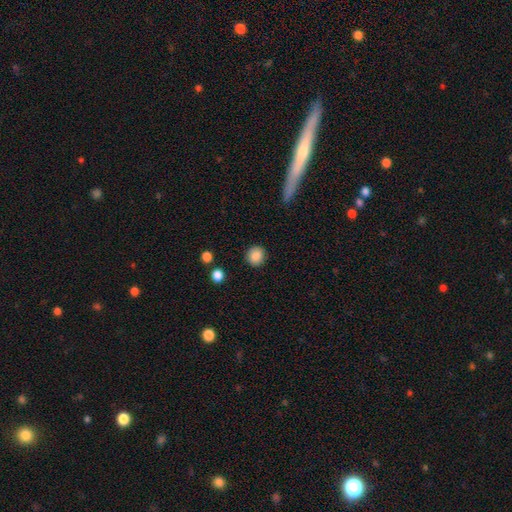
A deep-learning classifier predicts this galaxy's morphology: A smooth galaxy with no disk features (87%) that is round (88%).

Vote fractions:
- Smooth or featured? smooth: 87% / star or artifact: 9% / featured or disk: 4%
- How rounded? round: 88% / in between: 11% / cigar-shaped: 1%
- Merging? none: 89% / minor disturbance: 7% / major disturbance: 2% / merger: 1%